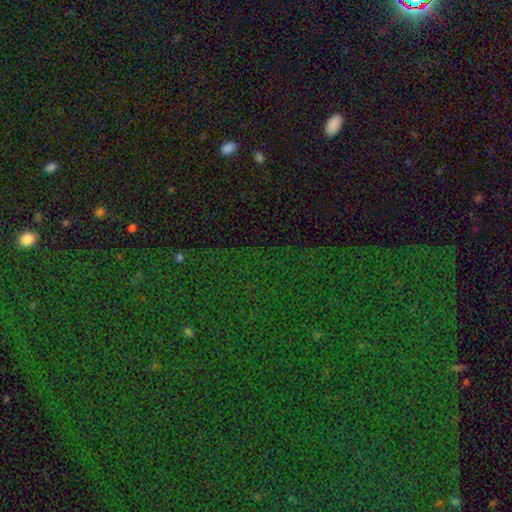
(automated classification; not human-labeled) star or artifact 83%, smooth 10%, featured or disk 7%.